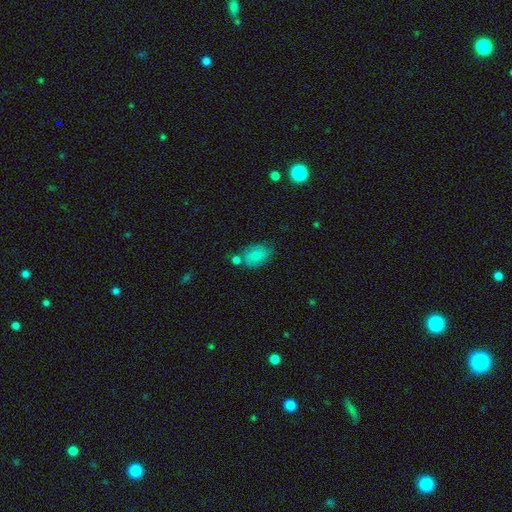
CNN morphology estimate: Smooth or featured? Predicted: smooth (p=0.83). How rounded? Predicted: in between (p=0.77). Merging? Predicted: none (p=0.59).